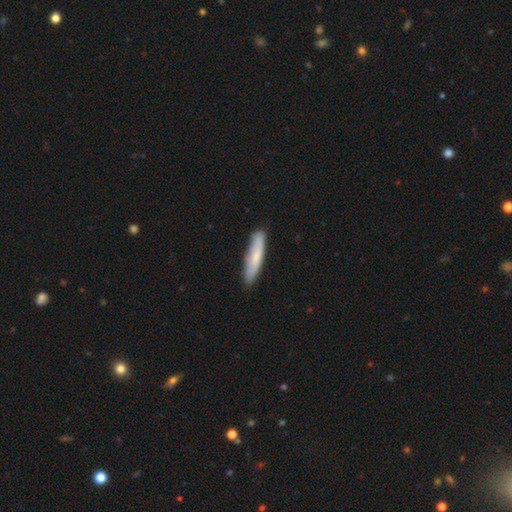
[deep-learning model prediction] Overall: smooth (71%). How rounded: cigar-shaped (84%). Merging: none (84%).